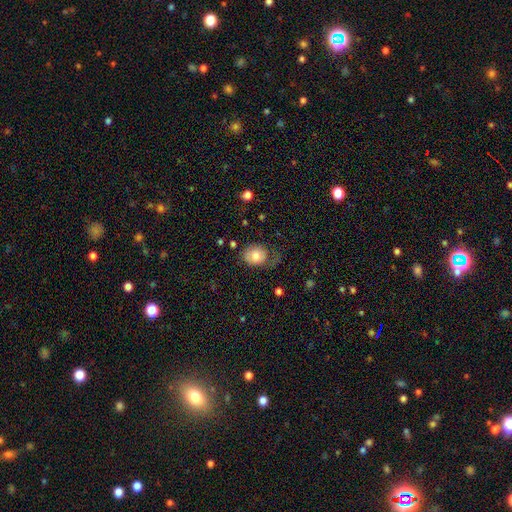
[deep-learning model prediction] This appears to be a smooth galaxy with no disk features (70%) that is in between round and cigar-shaped (50%). Merging: none (43%).